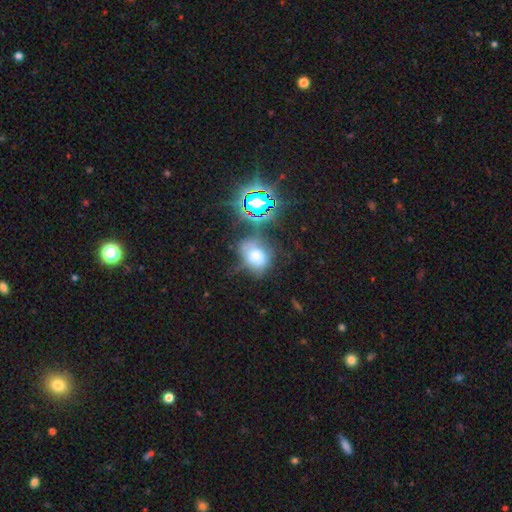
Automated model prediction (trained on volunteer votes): A smooth galaxy with no disk features (57%) that is in between round and cigar-shaped (55%). Merging: none (44%).